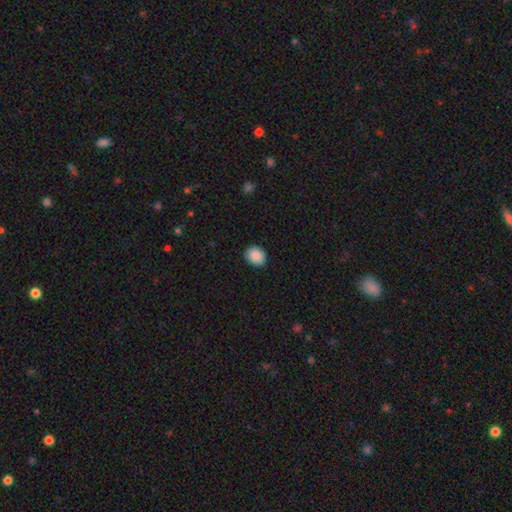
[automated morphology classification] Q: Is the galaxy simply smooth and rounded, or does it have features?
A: smooth — 89%.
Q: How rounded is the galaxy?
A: round — 53%.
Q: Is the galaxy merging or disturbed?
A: none — 87%.